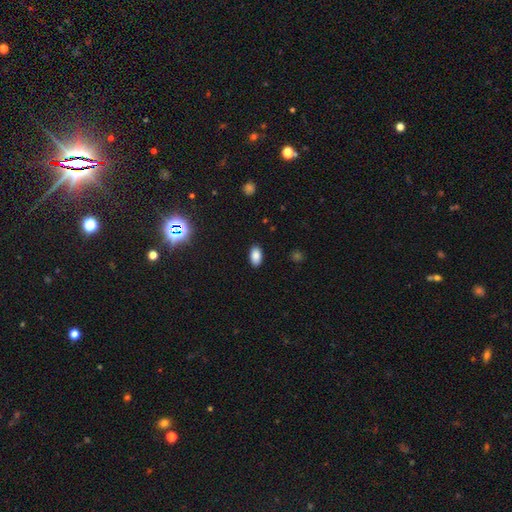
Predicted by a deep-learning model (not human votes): Morphology: type=smooth (86%); roundness=in between (93%); merging=none (88%).